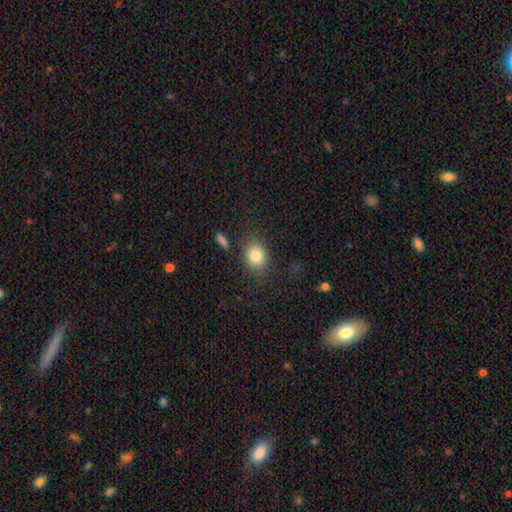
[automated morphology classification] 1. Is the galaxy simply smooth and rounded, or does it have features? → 83% smooth, 9% star or artifact, 8% featured or disk.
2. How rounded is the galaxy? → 55% in between, 44% round, 1% cigar-shaped.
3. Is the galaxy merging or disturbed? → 78% none, 14% minor disturbance, 5% major disturbance, 4% merger.